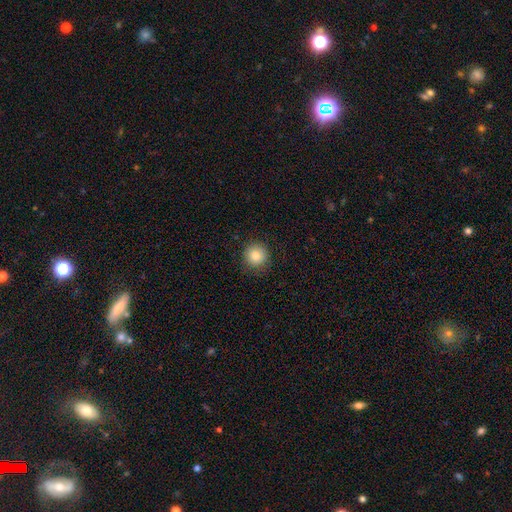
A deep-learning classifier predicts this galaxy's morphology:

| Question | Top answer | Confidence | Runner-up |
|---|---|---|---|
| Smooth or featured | smooth | 82% | star or artifact (10%) |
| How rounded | round | 95% | in between (4%) |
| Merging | none | 89% | minor disturbance (8%) |